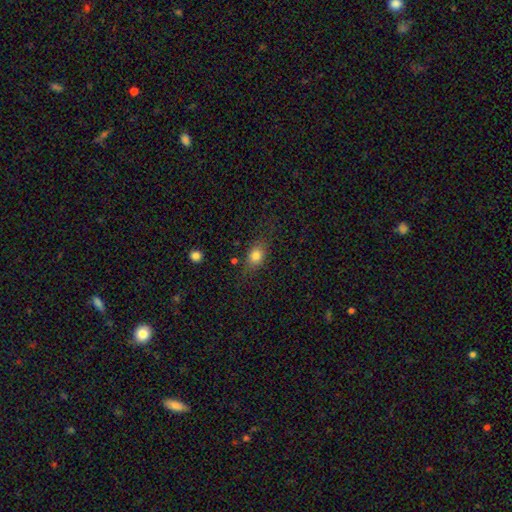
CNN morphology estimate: type=smooth (77%); roundness=in between (58%); merging=none (72%).